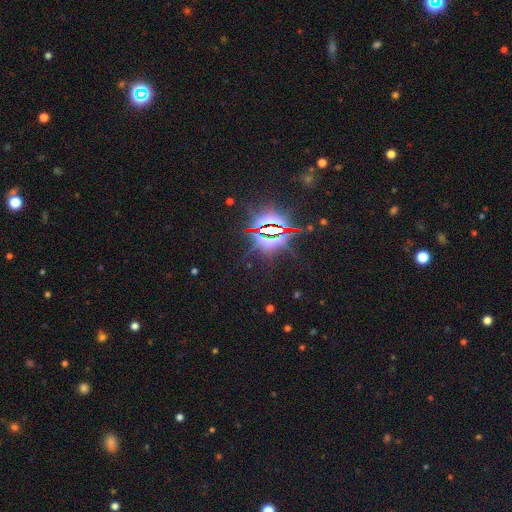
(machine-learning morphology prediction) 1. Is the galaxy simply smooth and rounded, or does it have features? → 87% star or artifact, 7% smooth, 6% featured or disk.